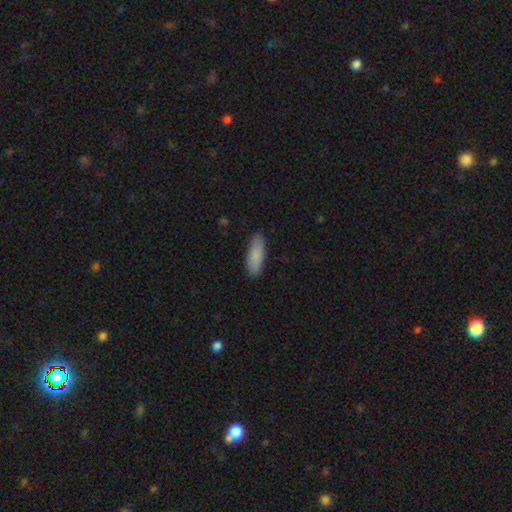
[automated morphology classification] Smooth or featured?
  - smooth: 87% *
  - featured or disk: 8%
  - star or artifact: 6%
How rounded?
  - in between: 63% *
  - cigar-shaped: 36%
  - round: 2%
Merging?
  - none: 87% *
  - minor disturbance: 10%
  - major disturbance: 2%
  - merger: 1%